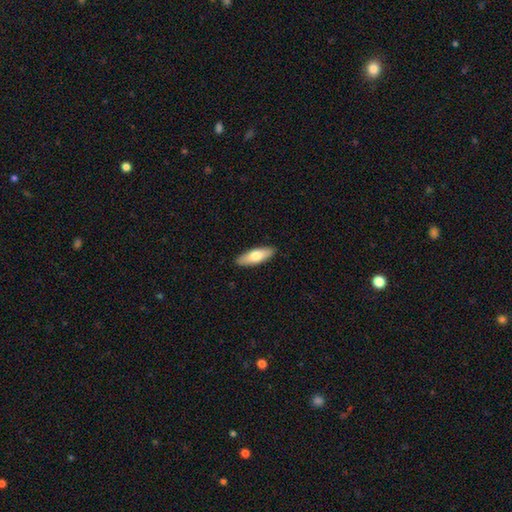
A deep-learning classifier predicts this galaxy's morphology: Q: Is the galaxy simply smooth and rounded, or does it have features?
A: smooth — 70%.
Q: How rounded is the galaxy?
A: in between — 57%.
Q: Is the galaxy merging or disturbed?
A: none — 90%.